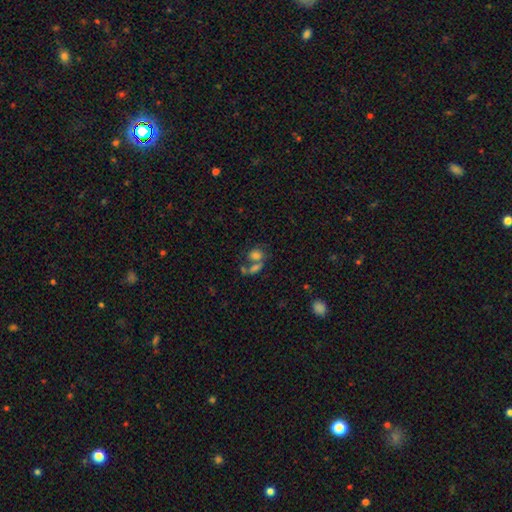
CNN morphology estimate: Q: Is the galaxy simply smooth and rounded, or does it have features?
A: smooth — 69%.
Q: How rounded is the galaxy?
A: in between — 64%.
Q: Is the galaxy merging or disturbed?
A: merger — 49%.